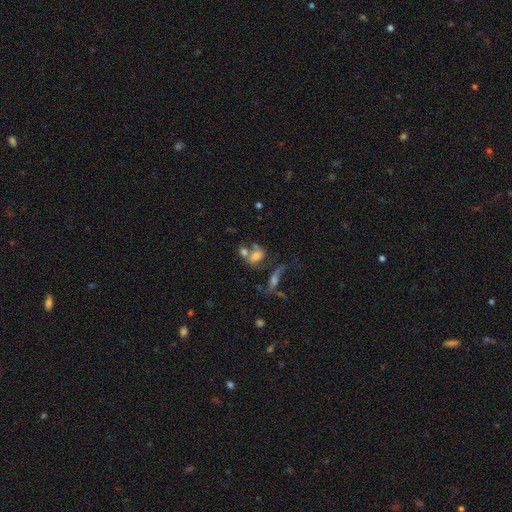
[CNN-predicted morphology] This appears to be a smooth galaxy with no disk features (59%) that is in between round and cigar-shaped (64%). Merging: merger (42%).